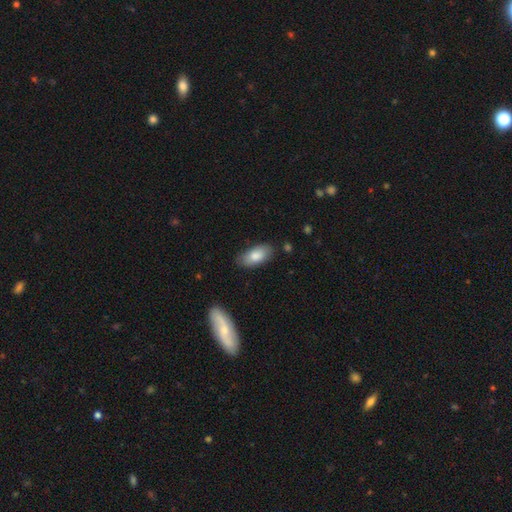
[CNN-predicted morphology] Overall: smooth (83%). How rounded: in between (91%). Merging: none (80%).